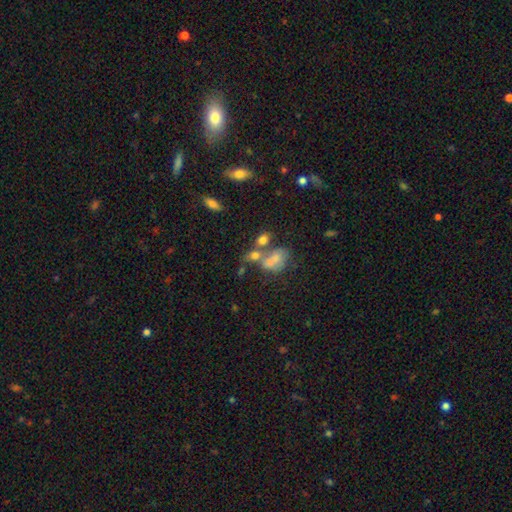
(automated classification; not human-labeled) A smooth galaxy with no disk features (49%).

Vote fractions:
- Smooth or featured? smooth: 49% / featured or disk: 28% / star or artifact: 23%
- Merging? merger: 42% / none: 31% / minor disturbance: 14% / major disturbance: 13%